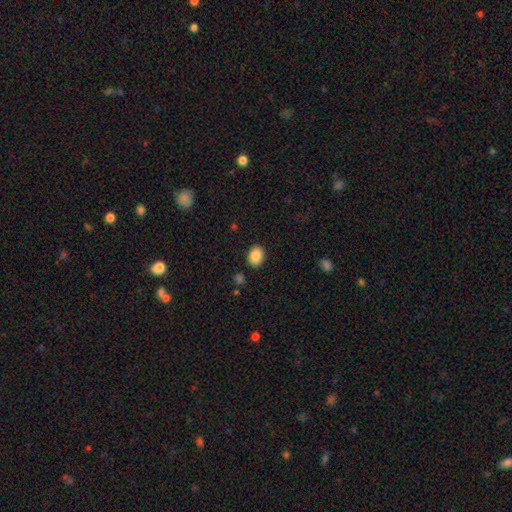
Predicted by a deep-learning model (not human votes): Smooth or featured: smooth — 88% (star or artifact — 8%)
How rounded: in between — 64% (round — 36%)
Merging: none — 87% (minor disturbance — 9%)